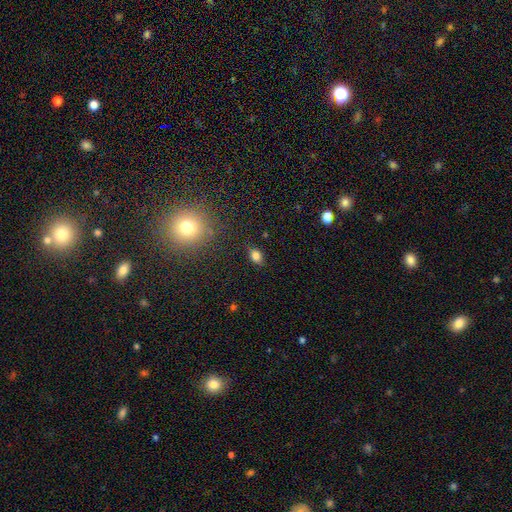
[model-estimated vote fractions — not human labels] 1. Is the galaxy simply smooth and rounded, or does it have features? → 80% smooth, 13% star or artifact, 7% featured or disk.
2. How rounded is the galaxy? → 79% in between, 19% round, 2% cigar-shaped.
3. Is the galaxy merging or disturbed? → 83% none, 12% minor disturbance, 3% major disturbance, 2% merger.